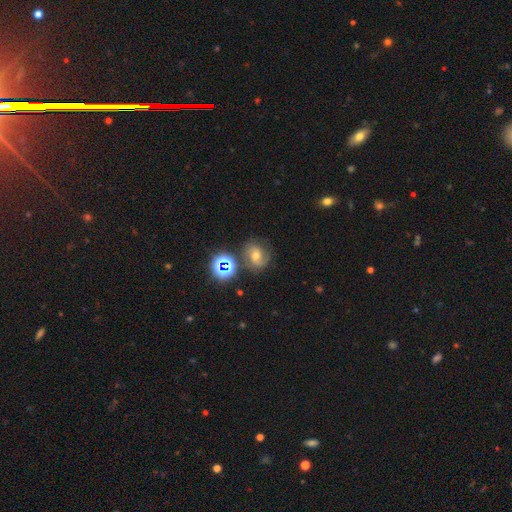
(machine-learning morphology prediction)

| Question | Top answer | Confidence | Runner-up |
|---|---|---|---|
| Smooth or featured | featured or disk | 52% | smooth (25%) |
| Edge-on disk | no | 97% | yes (3%) |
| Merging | none | 68% | minor disturbance (17%) |